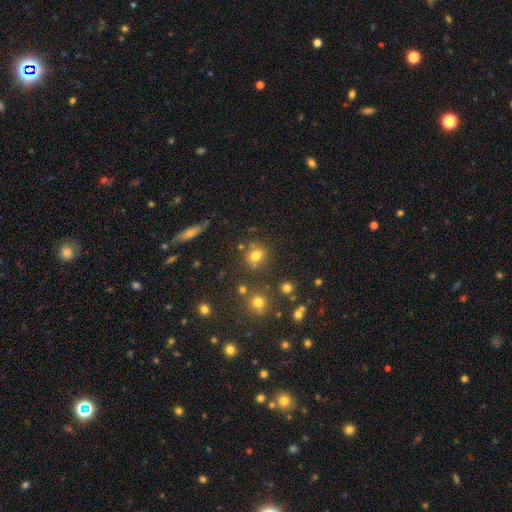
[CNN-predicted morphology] Smooth or featured?
  - smooth: 74% *
  - star or artifact: 17%
  - featured or disk: 9%
How rounded?
  - round: 75% *
  - in between: 23%
  - cigar-shaped: 1%
Merging?
  - none: 72% *
  - minor disturbance: 12%
  - merger: 11%
  - major disturbance: 5%